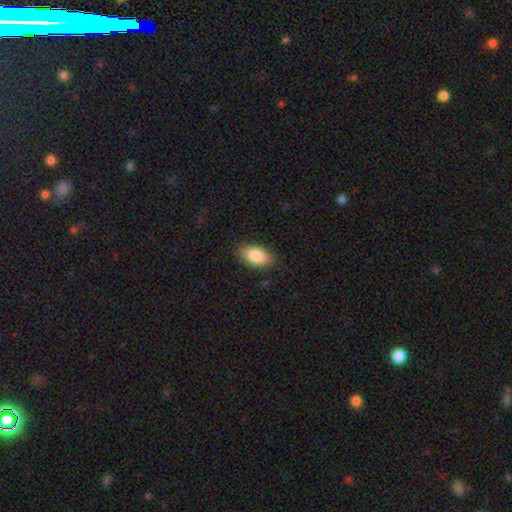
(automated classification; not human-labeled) Q: Smooth or featured?
A: smooth (86%); runner-up: featured or disk (7%)
Q: How rounded?
A: in between (93%); runner-up: round (5%)
Q: Merging?
A: none (85%); runner-up: minor disturbance (11%)